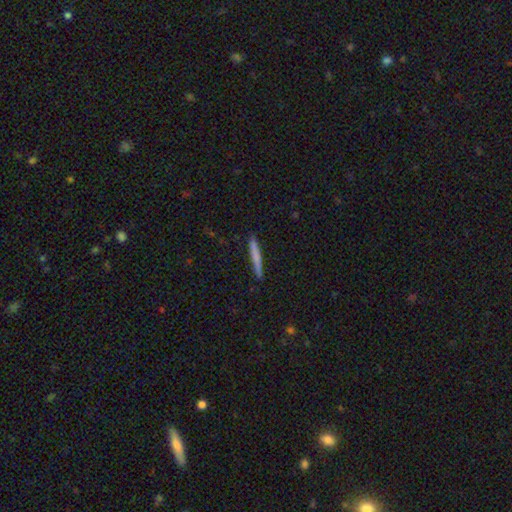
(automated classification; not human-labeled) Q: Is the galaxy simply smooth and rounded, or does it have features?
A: smooth — 71%.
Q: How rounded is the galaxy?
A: cigar-shaped — 96%.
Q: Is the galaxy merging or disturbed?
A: none — 90%.